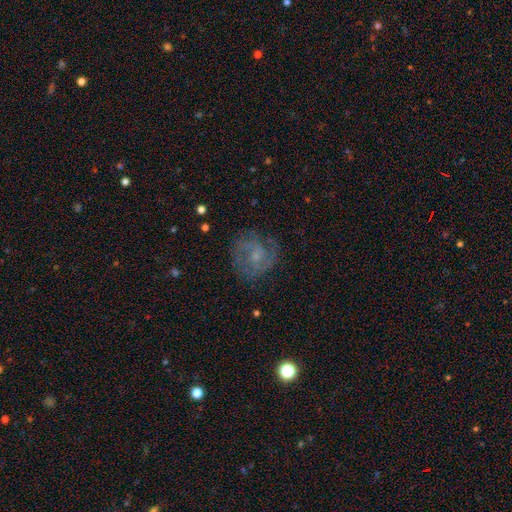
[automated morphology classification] Smooth or featured? featured or disk (68%)
Edge-on disk? no (98%)
Bar? no (57%)
Spiral arms? yes (87%)
Spiral winding? medium (46%)
Spiral arm count? 2 (57%)
Bulge size? small (53%)
Merging? none (70%)